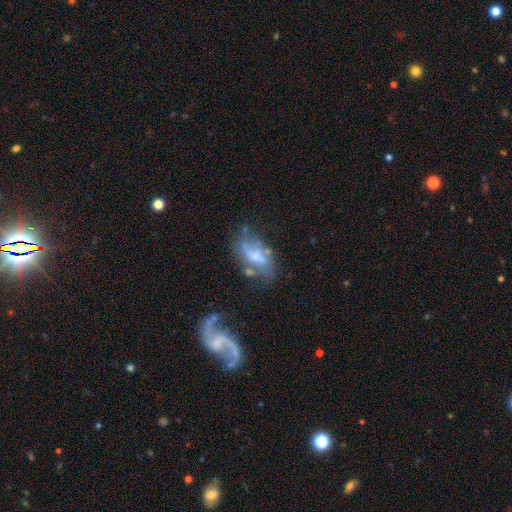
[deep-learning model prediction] Smooth or featured: featured or disk — 50% (smooth — 41%)
Edge-on disk: no — 88% (yes — 12%)
Merging: none — 41% (minor disturbance — 25%)